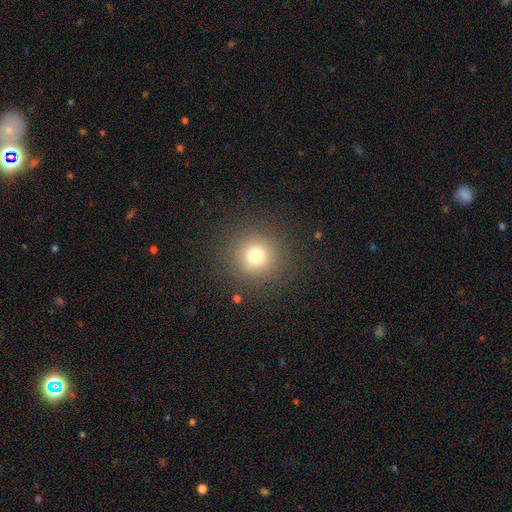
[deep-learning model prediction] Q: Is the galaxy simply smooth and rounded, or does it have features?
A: smooth — 74%.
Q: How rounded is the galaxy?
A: round — 94%.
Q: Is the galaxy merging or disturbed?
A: none — 89%.